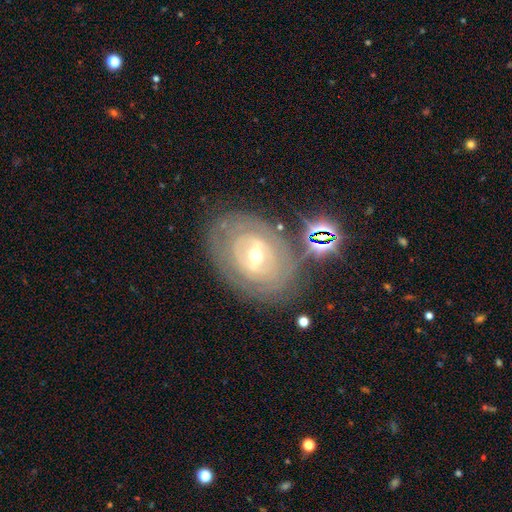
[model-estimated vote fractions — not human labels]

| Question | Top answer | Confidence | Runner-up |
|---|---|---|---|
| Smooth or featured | featured or disk | 79% | smooth (13%) |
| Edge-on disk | no | 95% | yes (5%) |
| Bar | weak | 42% | strong (36%) |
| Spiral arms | yes | 62% | no (38%) |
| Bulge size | moderate | 61% | small (35%) |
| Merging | none | 73% | minor disturbance (15%) |